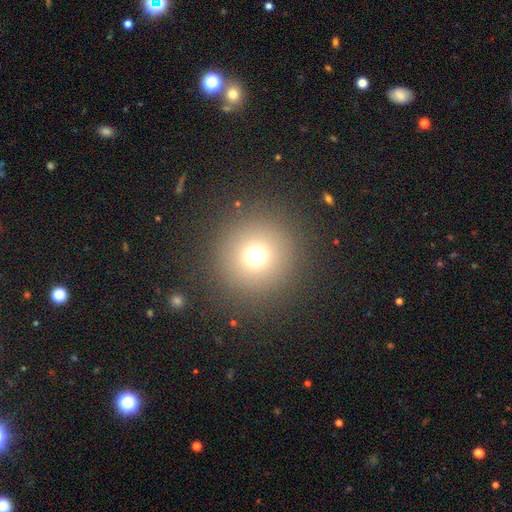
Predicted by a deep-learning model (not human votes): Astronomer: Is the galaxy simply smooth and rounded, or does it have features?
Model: smooth — 69%.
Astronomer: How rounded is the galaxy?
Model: round — 96%.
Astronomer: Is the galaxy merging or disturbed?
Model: none — 89%.